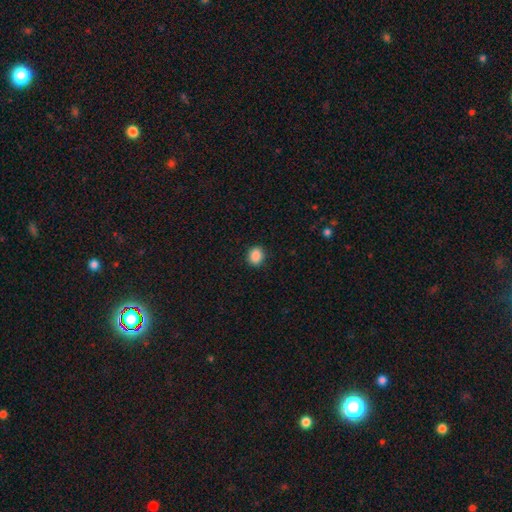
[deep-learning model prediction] Q: Smooth or featured?
A: smooth (89%); runner-up: star or artifact (9%)
Q: How rounded?
A: round (59%); runner-up: in between (40%)
Q: Merging?
A: none (90%); runner-up: minor disturbance (7%)